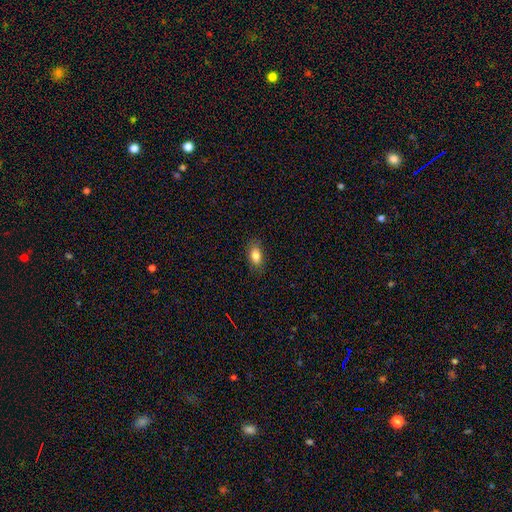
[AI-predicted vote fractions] Smooth or featured? smooth (84%)
How rounded? in between (88%)
Merging? none (83%)